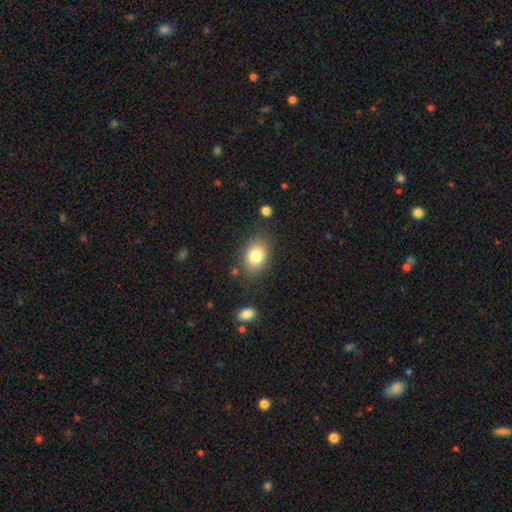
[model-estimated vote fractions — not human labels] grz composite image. It shows a smooth galaxy with no disk features (82%) that is in between round and cigar-shaped (78%). Merging: none (81%).